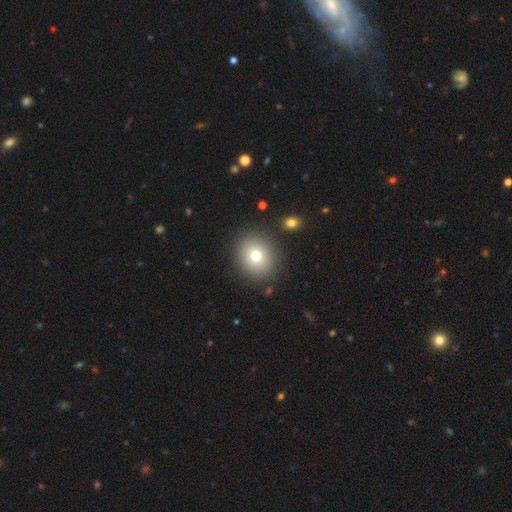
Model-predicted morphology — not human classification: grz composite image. It shows a smooth galaxy with no disk features (74%) that is round (75%). Merging: none (87%).